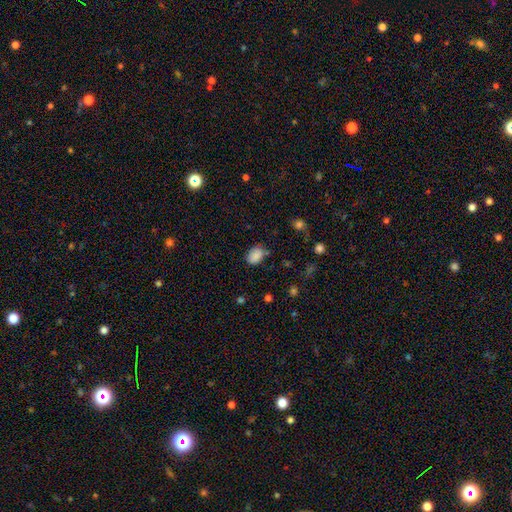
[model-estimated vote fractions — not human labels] smooth_or_featured: smooth (p=0.85) [alt: star or artifact p=0.09]
how_rounded: in between (p=0.73) [alt: round p=0.26]
merging: none (p=0.73) [alt: minor disturbance p=0.19]